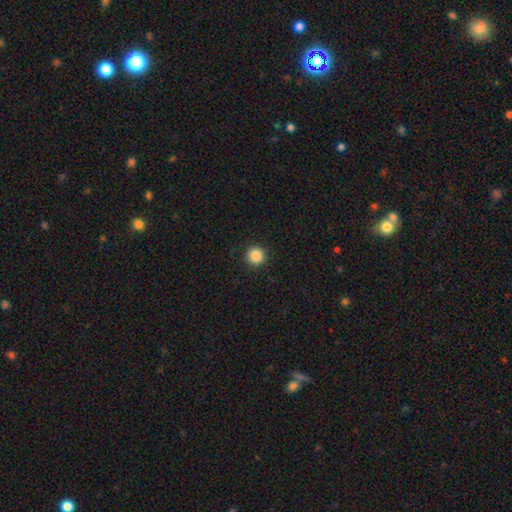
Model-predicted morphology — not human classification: The model was most divided on "smooth or featured": smooth: 87%, star or artifact: 10%, featured or disk: 3%. More confident: how rounded — round (96%); merging — none (92%).